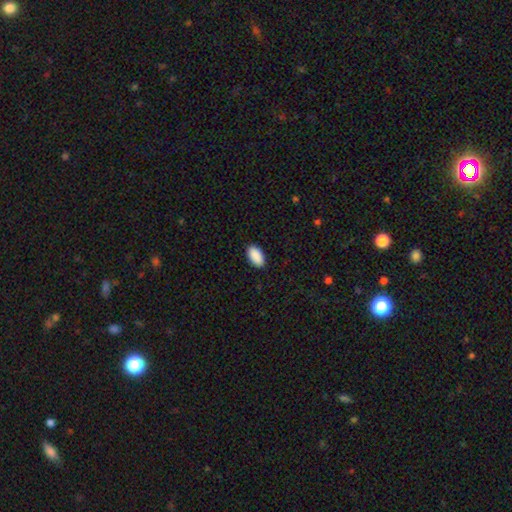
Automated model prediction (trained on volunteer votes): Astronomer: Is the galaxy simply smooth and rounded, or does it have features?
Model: smooth — 91%.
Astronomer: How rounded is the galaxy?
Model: in between — 95%.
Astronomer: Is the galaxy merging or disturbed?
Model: none — 89%.